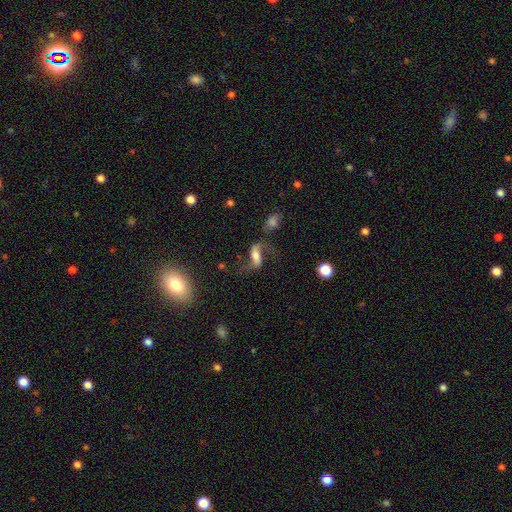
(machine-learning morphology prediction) Smooth or featured? Predicted: featured or disk (p=0.74). Edge-on disk? Predicted: no (p=0.92). Bar? Predicted: strong (p=0.40). Spiral arms? Predicted: yes (p=0.93). Spiral winding? Predicted: loose (p=0.86). Spiral arm count? Predicted: 2 (p=0.92). Bulge size? Predicted: moderate (p=0.34). Merging? Predicted: none (p=0.62).